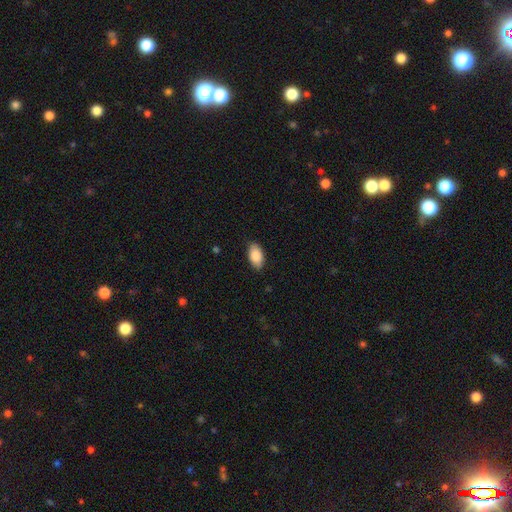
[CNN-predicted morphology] A smooth galaxy with no disk features (88%) that is in between round and cigar-shaped (94%).

Vote fractions:
- Smooth or featured? smooth: 88% / star or artifact: 6% / featured or disk: 6%
- How rounded? in between: 94% / round: 3% / cigar-shaped: 2%
- Merging? none: 86% / minor disturbance: 11% / major disturbance: 2% / merger: 1%